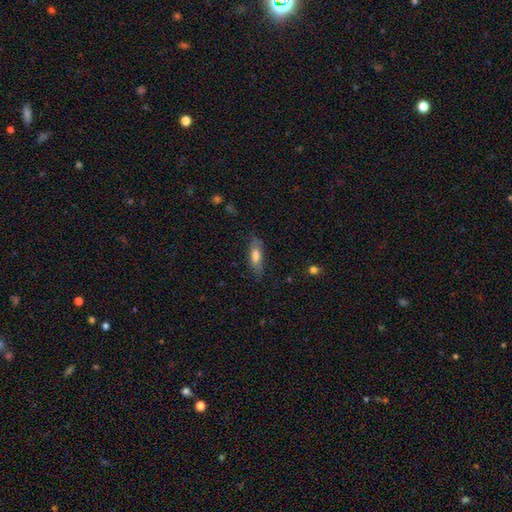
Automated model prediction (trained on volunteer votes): This is likely a smooth galaxy (71%). How rounded: possibly in between (58%). Merging: likely none (75%).